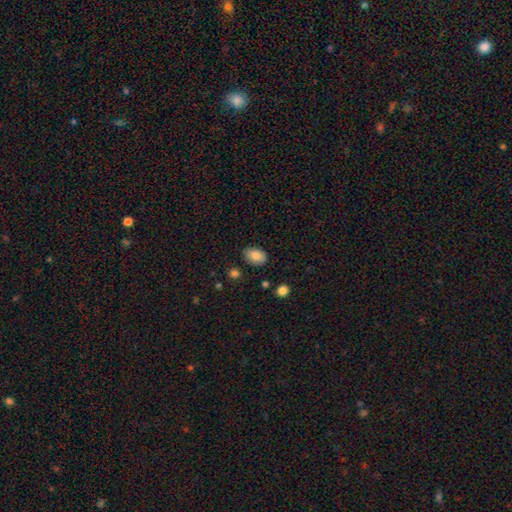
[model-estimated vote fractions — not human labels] Morphology: type=smooth (85%); roundness=in between (84%); merging=none (81%).